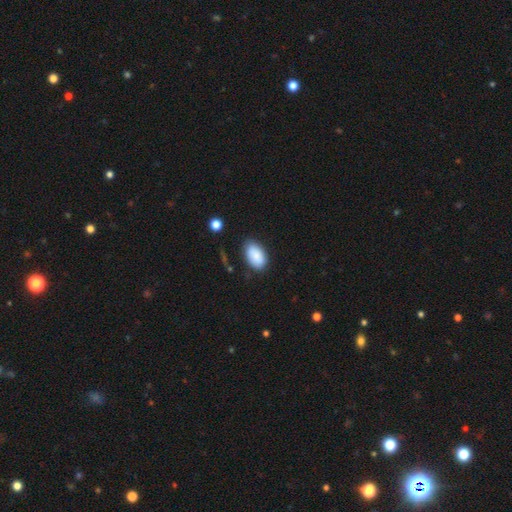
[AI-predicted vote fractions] Smooth or featured: smooth — 88% (star or artifact — 7%)
How rounded: in between — 93% (round — 6%)
Merging: none — 78% (minor disturbance — 16%)